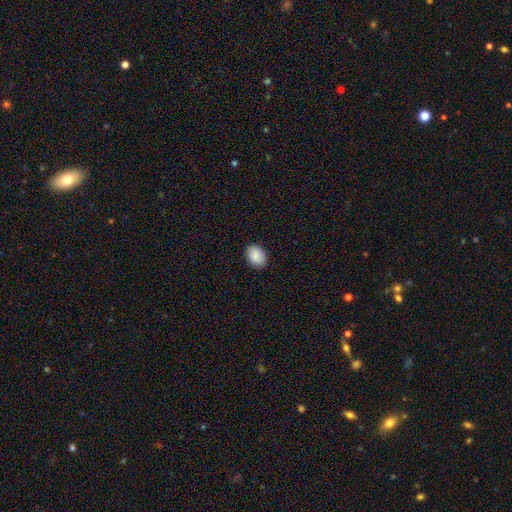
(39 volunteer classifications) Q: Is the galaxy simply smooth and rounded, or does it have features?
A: smooth — 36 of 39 (92%).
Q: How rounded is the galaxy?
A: in between — 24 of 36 (67%).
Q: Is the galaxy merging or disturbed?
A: none — 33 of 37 (89%).